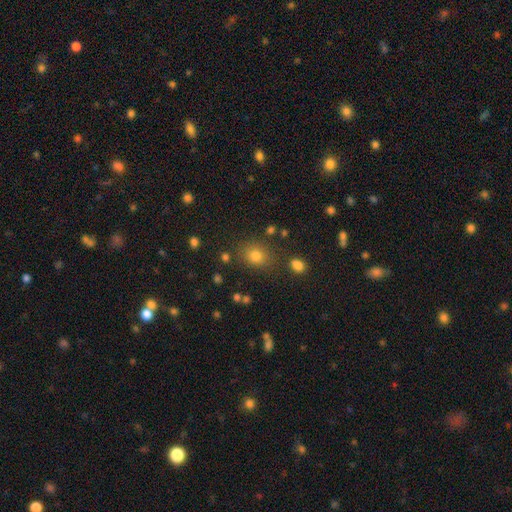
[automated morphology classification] Q: Smooth or featured?
A: smooth (75%); runner-up: star or artifact (18%)
Q: How rounded?
A: round (61%); runner-up: in between (38%)
Q: Merging?
A: none (80%); runner-up: minor disturbance (11%)